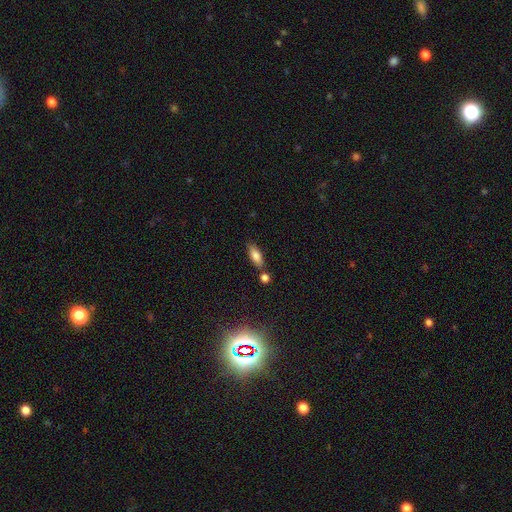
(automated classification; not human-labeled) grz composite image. It shows a smooth galaxy with no disk features (80%) that is in between round and cigar-shaped (72%). Merging: none (72%).